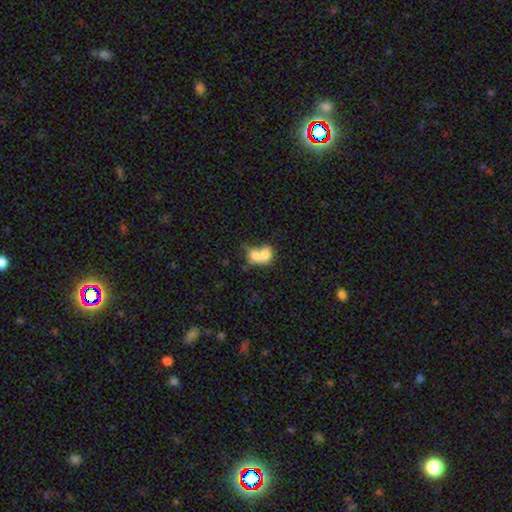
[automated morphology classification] smooth 71%, featured or disk 21%, star or artifact 8%. Down the decision tree: how rounded — in between (54%); merging — merger (77%).